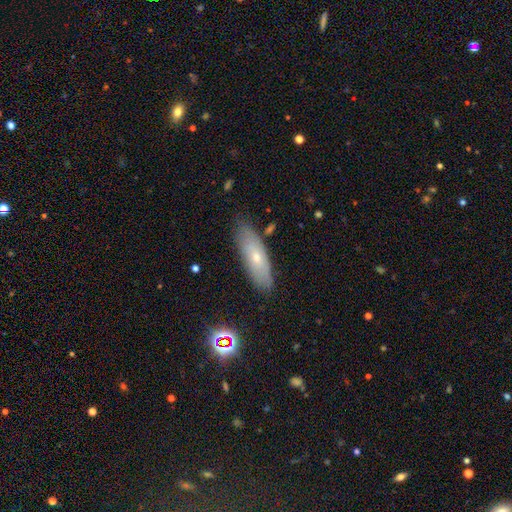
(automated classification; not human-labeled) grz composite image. It shows a smooth galaxy with no disk features (49%). Merging: none (84%).